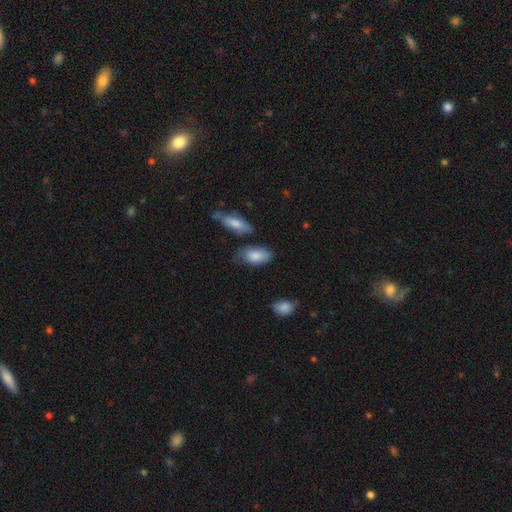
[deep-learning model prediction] The model was most divided on "merging": none: 53%, minor disturbance: 30%, major disturbance: 9%, merger: 8%. More confident: how rounded — in between (92%); smooth or featured — smooth (80%).